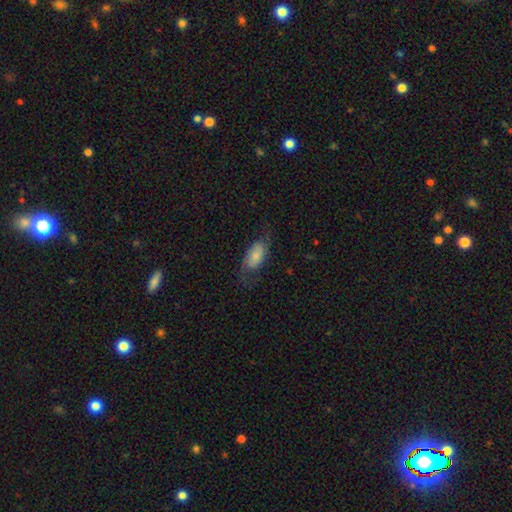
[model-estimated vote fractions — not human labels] Overall: smooth (55%; featured or disk 37%). How rounded: in between (91%). Merging: none (57%; minor disturbance 23%).